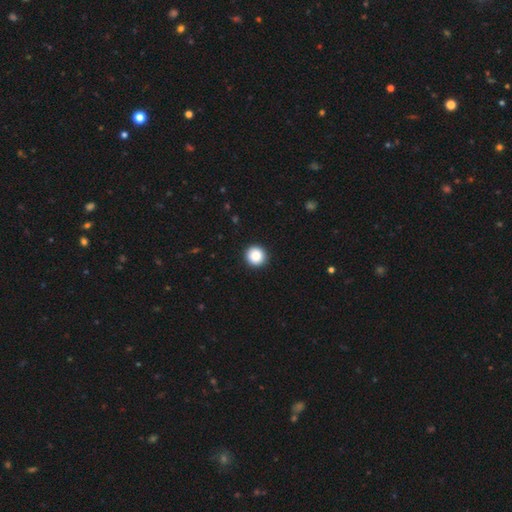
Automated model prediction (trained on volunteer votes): smooth 87%, star or artifact 9%, featured or disk 4%. Down the decision tree: how rounded — round (95%); merging — none (93%).